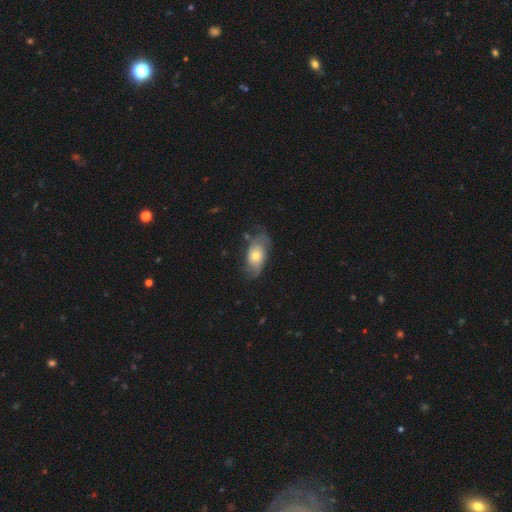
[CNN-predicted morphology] Overall: smooth (48%; featured or disk 45%). Merging: none (54%; minor disturbance 31%).